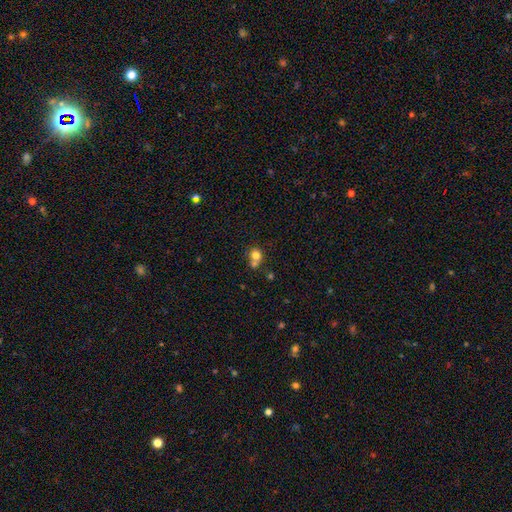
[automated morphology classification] Overall: smooth (76%). How rounded: round (80%). Merging: merger (48%; none 41%).